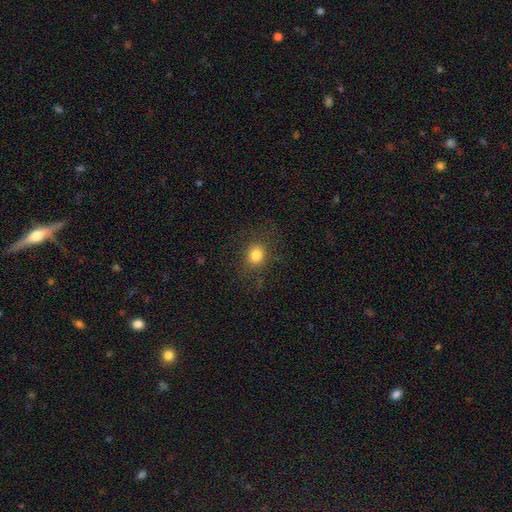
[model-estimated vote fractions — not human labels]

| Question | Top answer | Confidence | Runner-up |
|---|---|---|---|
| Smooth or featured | smooth | 81% | star or artifact (12%) |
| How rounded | round | 77% | in between (22%) |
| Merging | none | 84% | minor disturbance (10%) |